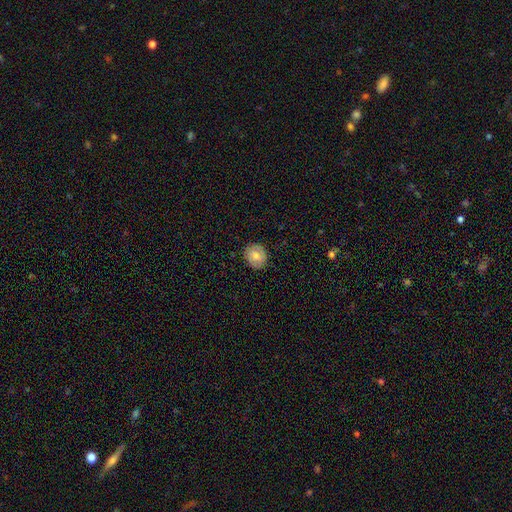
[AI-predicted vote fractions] A smooth galaxy with no disk features (62%) that is round (69%).

Vote fractions:
- Smooth or featured? smooth: 62% / featured or disk: 30% / star or artifact: 8%
- How rounded? round: 69% / in between: 30% / cigar-shaped: 1%
- Merging? none: 85% / minor disturbance: 12% / major disturbance: 3% / merger: 1%